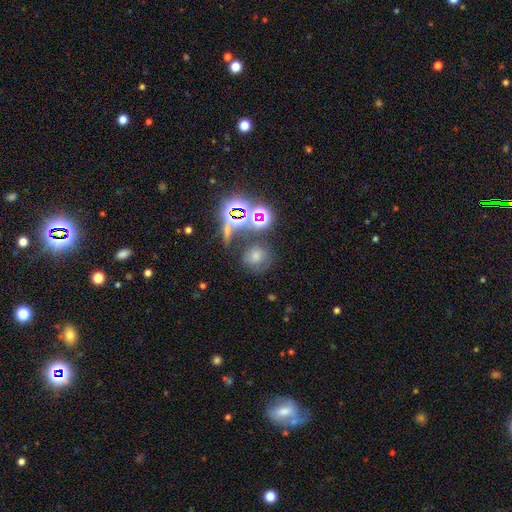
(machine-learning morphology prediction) type=star or artifact (46%).